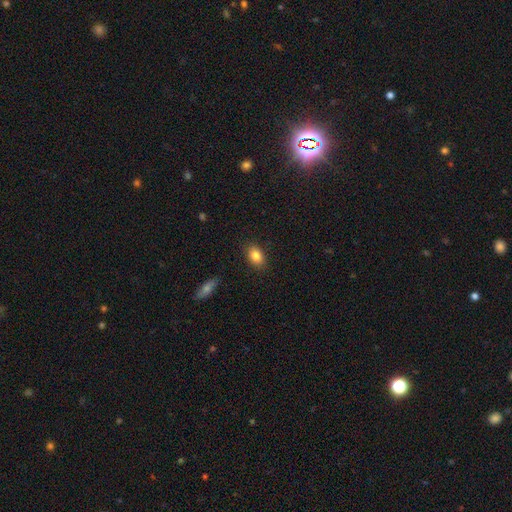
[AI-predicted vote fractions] Smooth or featured? smooth (84%)
How rounded? in between (82%)
Merging? none (87%)